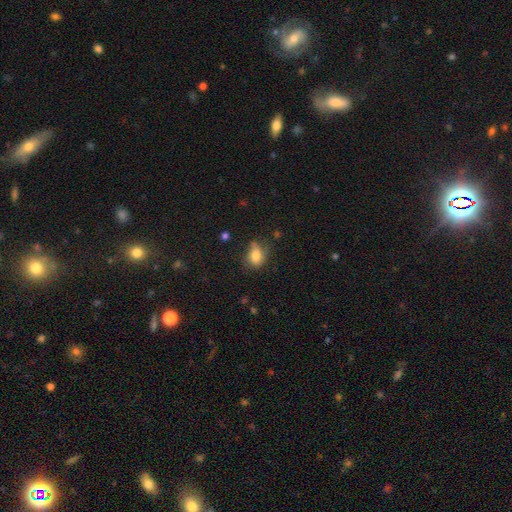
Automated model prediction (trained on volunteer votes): Morphology: type=smooth (78%); roundness=in between (69%); merging=none (53%).